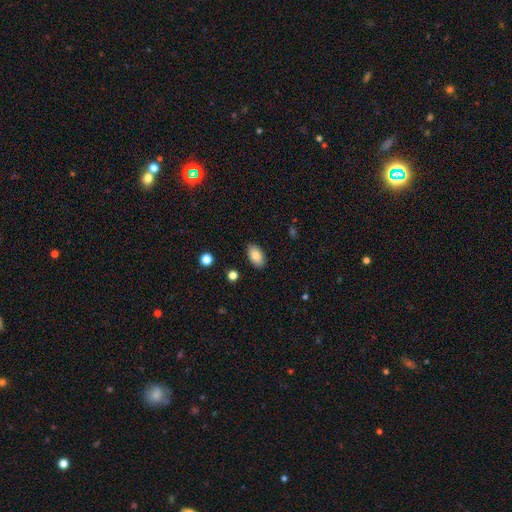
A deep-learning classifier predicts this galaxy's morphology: This is clearly a smooth galaxy (85%). How rounded: clearly in between (93%). Merging: clearly none (87%).